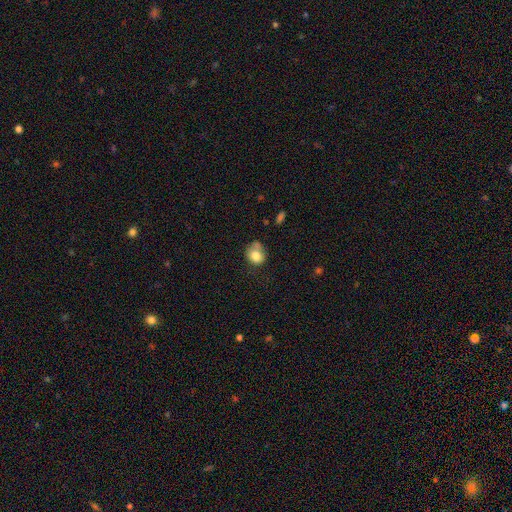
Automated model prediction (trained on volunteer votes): This is likely a smooth galaxy (78%). How rounded: likely round (60%). Merging: marginally none (40%).